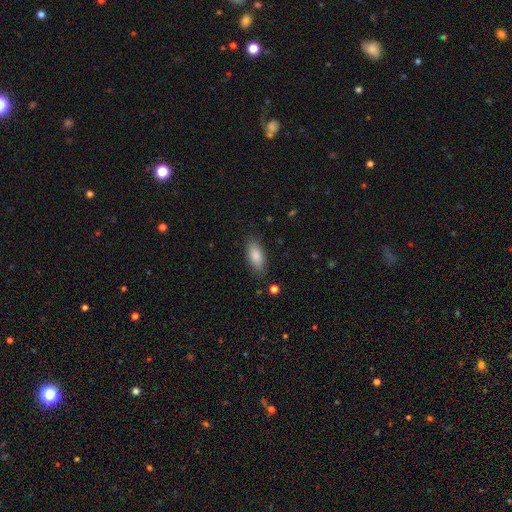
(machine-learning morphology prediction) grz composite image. It shows a smooth galaxy with no disk features (85%) that is in between round and cigar-shaped (83%). Merging: none (84%).